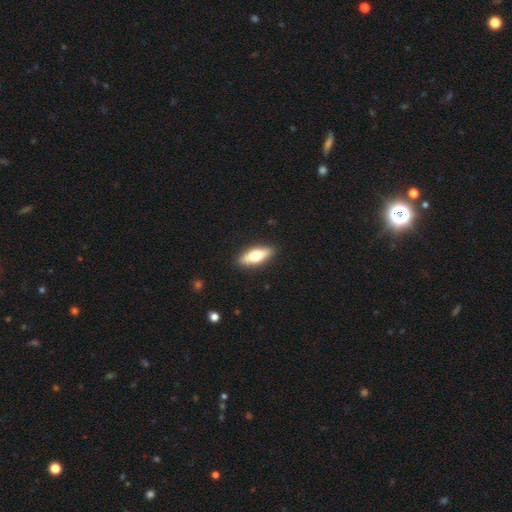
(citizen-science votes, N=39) Volunteers were most divided on "how rounded": in between: 69%, cigar-shaped: 31%, round: 0%. More confident: merging — none (95%); smooth or featured — smooth (67%).